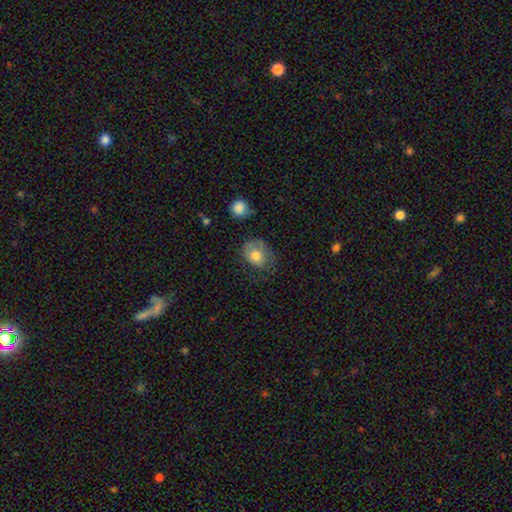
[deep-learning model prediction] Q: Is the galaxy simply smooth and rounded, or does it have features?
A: smooth — 69%.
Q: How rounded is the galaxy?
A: in between — 54%.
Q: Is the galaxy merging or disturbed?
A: none — 44%.